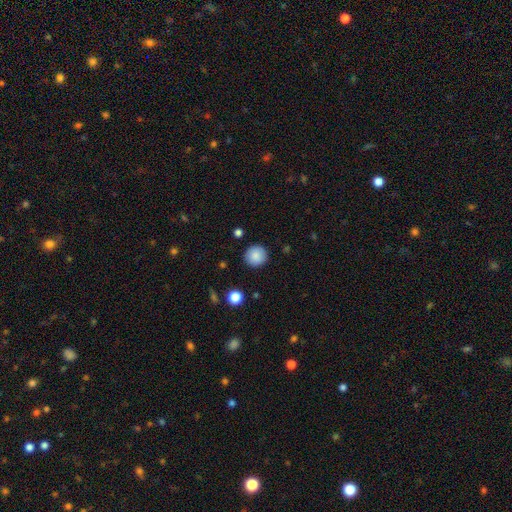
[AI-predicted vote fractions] A smooth galaxy with no disk features (87%) that is round (94%).

Vote fractions:
- Smooth or featured? smooth: 87% / star or artifact: 8% / featured or disk: 5%
- How rounded? round: 94% / in between: 5% / cigar-shaped: 1%
- Merging? none: 90% / minor disturbance: 7% / major disturbance: 2% / merger: 1%